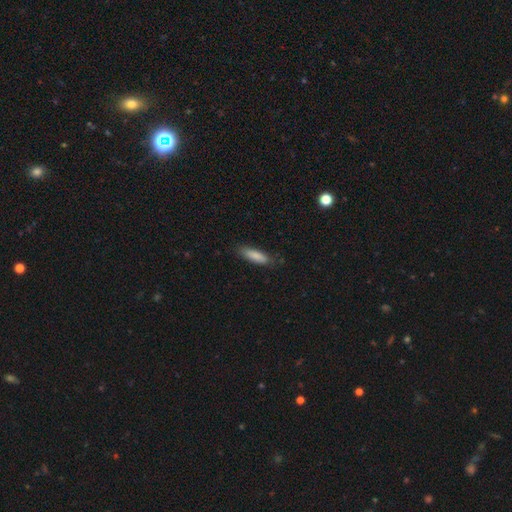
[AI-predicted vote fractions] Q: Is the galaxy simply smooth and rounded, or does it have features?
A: smooth — 85%.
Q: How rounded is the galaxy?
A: cigar-shaped — 56%.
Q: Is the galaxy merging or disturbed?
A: none — 78%.